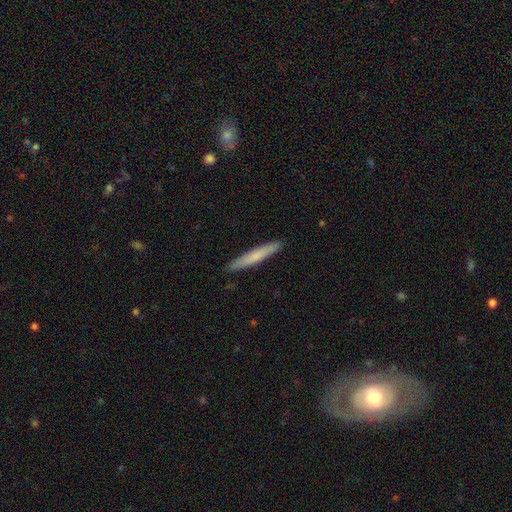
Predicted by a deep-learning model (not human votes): A smooth galaxy with no disk features (67%) that is cigar-shaped (95%).

Vote fractions:
- Smooth or featured? smooth: 67% / featured or disk: 27% / star or artifact: 6%
- How rounded? cigar-shaped: 95% / in between: 4% / round: 1%
- Merging? none: 91% / minor disturbance: 6% / major disturbance: 1% / merger: 1%